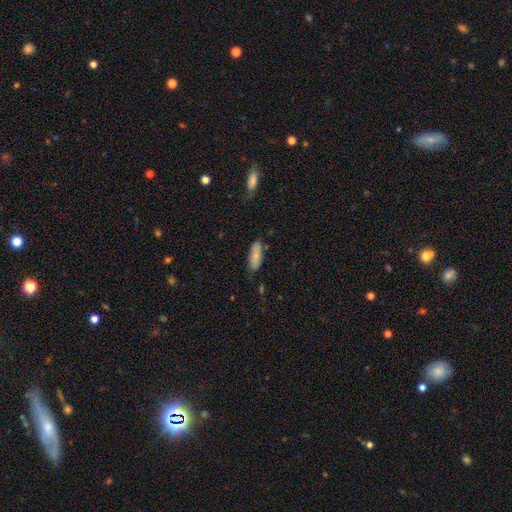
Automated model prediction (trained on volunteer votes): smooth_or_featured: smooth (p=0.77) [alt: featured or disk p=0.17]
how_rounded: in between (p=0.72) [alt: cigar-shaped p=0.26]
merging: none (p=0.69) [alt: minor disturbance p=0.23]